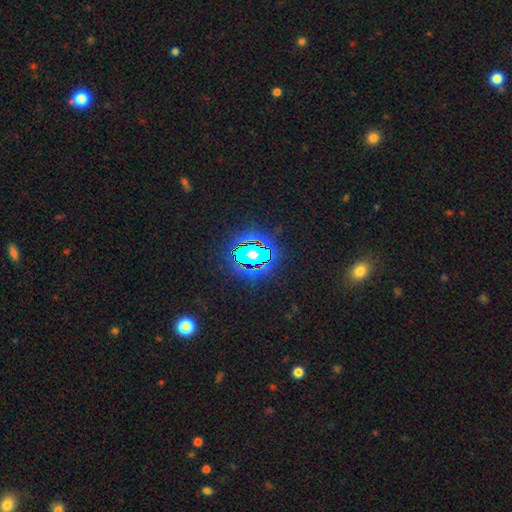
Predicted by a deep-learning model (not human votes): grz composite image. It shows a star or artifact, not a galaxy (63%).